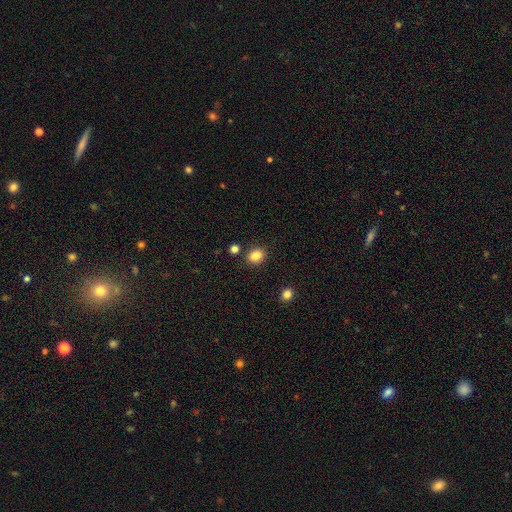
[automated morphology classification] This is clearly a smooth galaxy (85%). How rounded: possibly in between (57%). Merging: clearly none (83%).